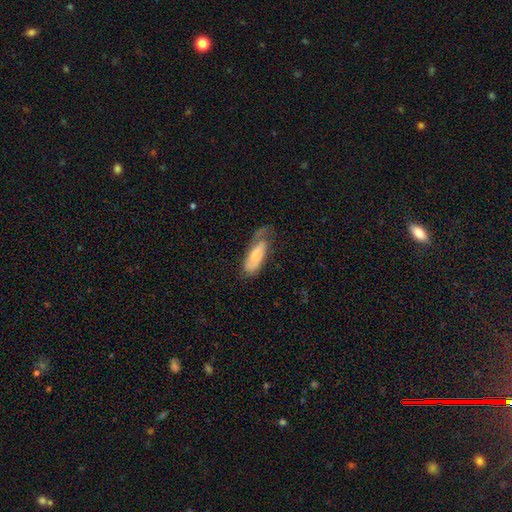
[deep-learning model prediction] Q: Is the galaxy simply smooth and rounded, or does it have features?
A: smooth — 60%.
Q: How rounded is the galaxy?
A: in between — 68%.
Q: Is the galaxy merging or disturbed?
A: none — 34%.